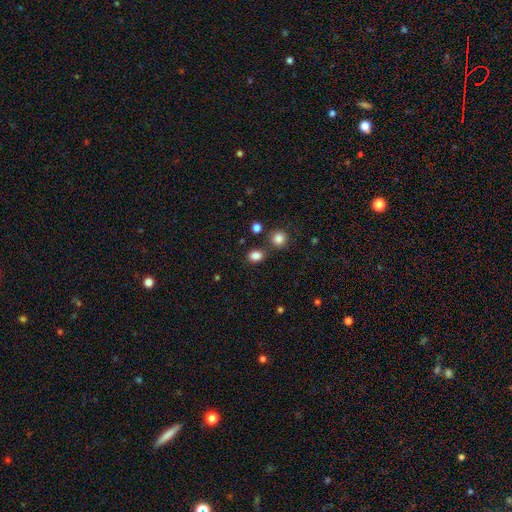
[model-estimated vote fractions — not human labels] Smooth or featured: smooth — 84% (star or artifact — 12%)
How rounded: in between — 60% (round — 39%)
Merging: none — 77% (minor disturbance — 11%)